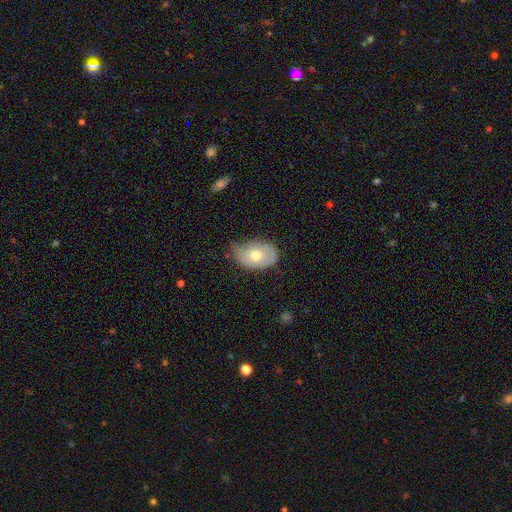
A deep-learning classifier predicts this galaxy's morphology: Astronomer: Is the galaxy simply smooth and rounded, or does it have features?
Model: smooth — 59% (runner-up: featured or disk, 35%).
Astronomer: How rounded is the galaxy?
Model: in between — 84%.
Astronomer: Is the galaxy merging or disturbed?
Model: none — 49% (runner-up: minor disturbance, 40%).